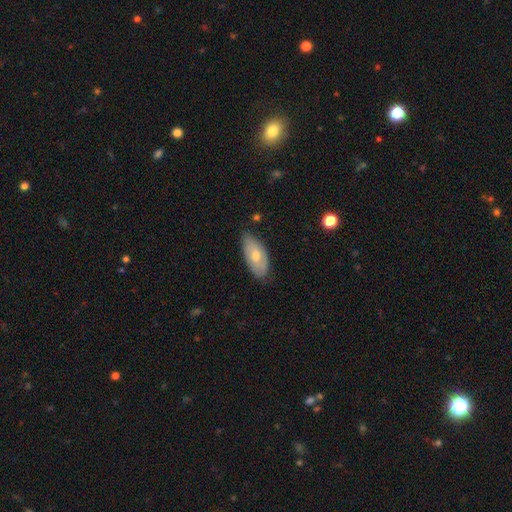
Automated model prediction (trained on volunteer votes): Q: Smooth or featured?
A: smooth (59%); runner-up: featured or disk (35%)
Q: How rounded?
A: in between (90%); runner-up: cigar-shaped (7%)
Q: Merging?
A: none (74%); runner-up: minor disturbance (21%)